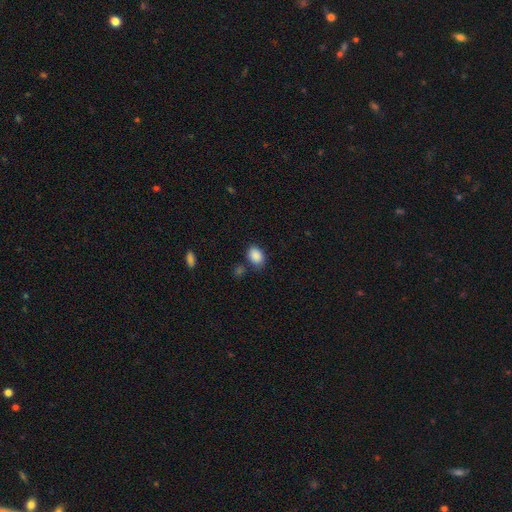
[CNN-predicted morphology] Smooth or featured: smooth — 88% (star or artifact — 8%)
How rounded: in between — 76% (round — 23%)
Merging: none — 74% (minor disturbance — 15%)